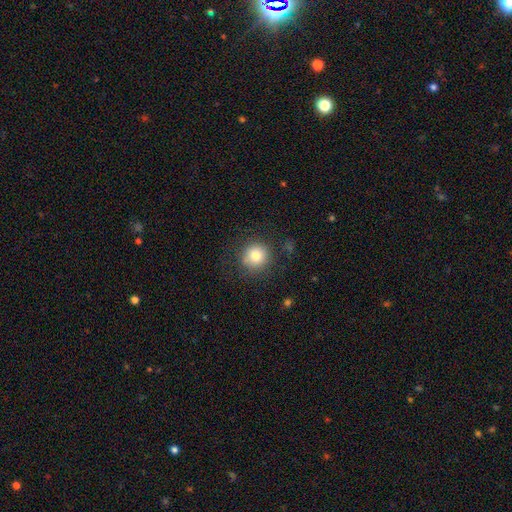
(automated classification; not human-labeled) Smooth or featured? smooth (79%)
How rounded? round (93%)
Merging? none (83%)